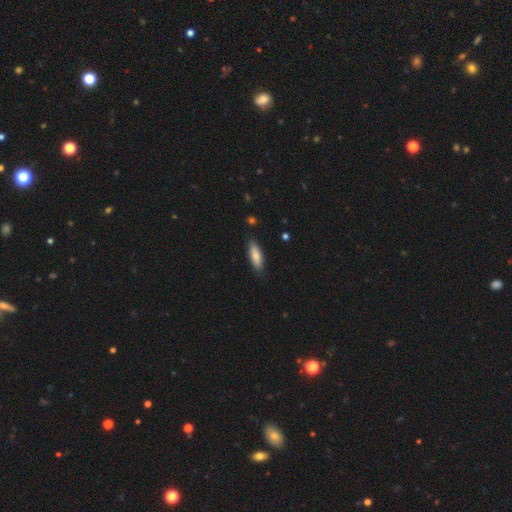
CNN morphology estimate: type=smooth (80%); roundness=in between (55%); merging=none (86%).